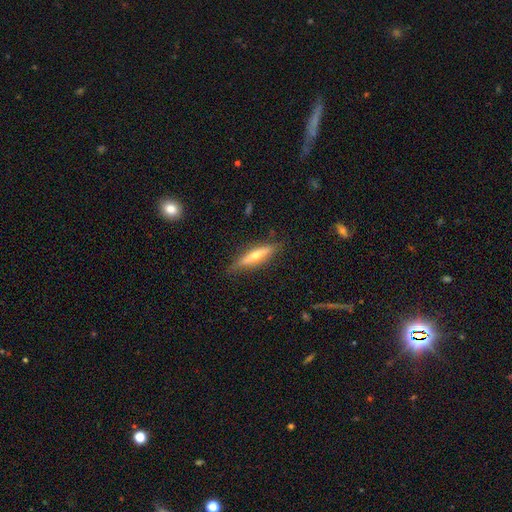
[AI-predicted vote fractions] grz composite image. It shows a featured or disk galaxy (61%) viewed edge-on (93%) with a rounded central bulge (85%). Merging: none (83%).